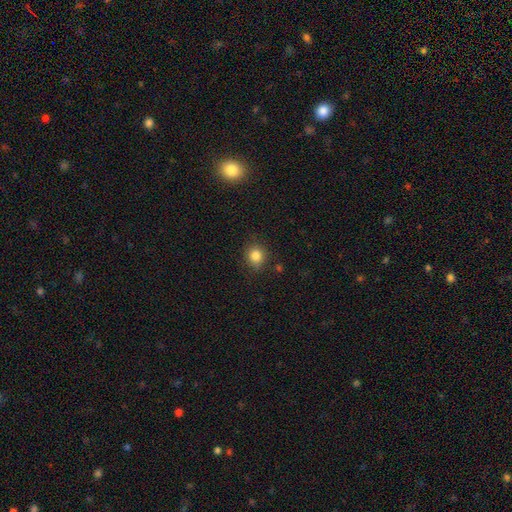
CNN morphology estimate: The model was most divided on "how rounded": round: 85%, in between: 14%, cigar-shaped: 1%. More confident: merging — none (84%); smooth or featured — smooth (83%).